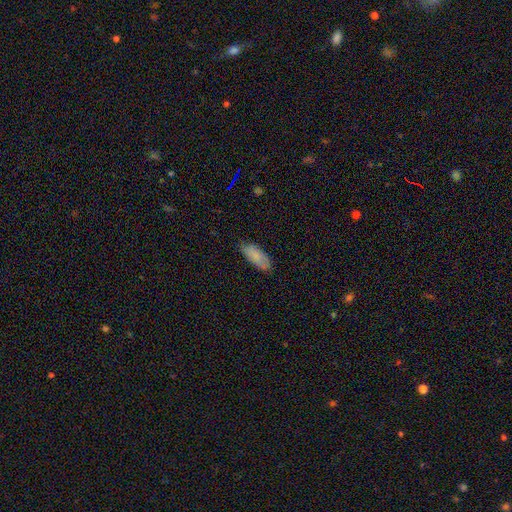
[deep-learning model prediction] smooth-or-featured: smooth: 83% | featured or disk: 10% | star or artifact: 6%
  how-rounded: in between: 79% | cigar-shaped: 19% | round: 2%
  merging: none: 77% | minor disturbance: 19% | major disturbance: 3% | merger: 1%